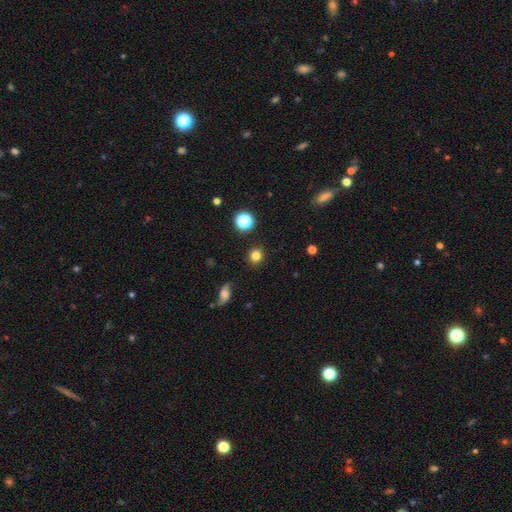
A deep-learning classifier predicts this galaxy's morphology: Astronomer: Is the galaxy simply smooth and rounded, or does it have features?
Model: smooth — 81%.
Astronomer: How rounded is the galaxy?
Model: round — 89%.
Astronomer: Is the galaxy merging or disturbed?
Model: none — 90%.